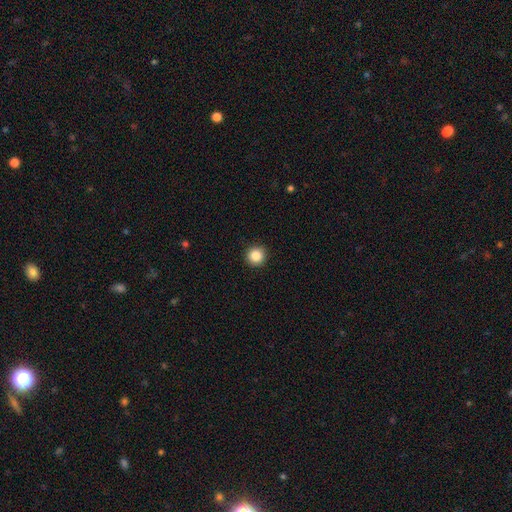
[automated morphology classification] Overall: smooth (87%). How rounded: round (95%). Merging: none (92%).